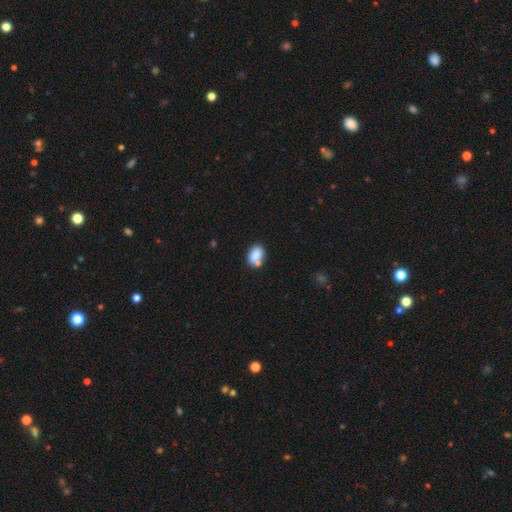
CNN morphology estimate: The model was most divided on "merging": none: 54%, merger: 25%, minor disturbance: 16%, major disturbance: 4%. More confident: smooth or featured — smooth (82%); how rounded — in between (80%).